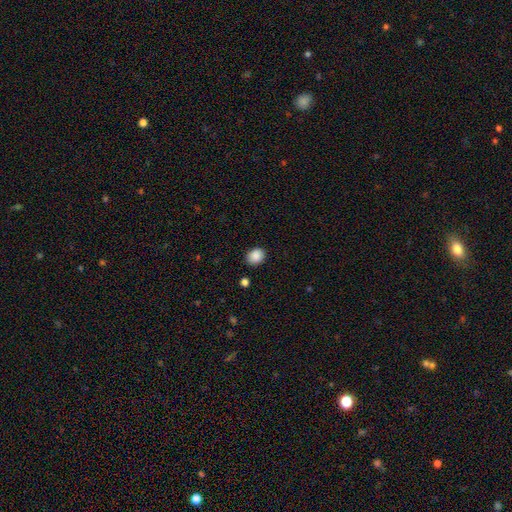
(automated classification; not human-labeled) Overall: smooth (89%). How rounded: round (50%; in between 49%). Merging: none (87%).